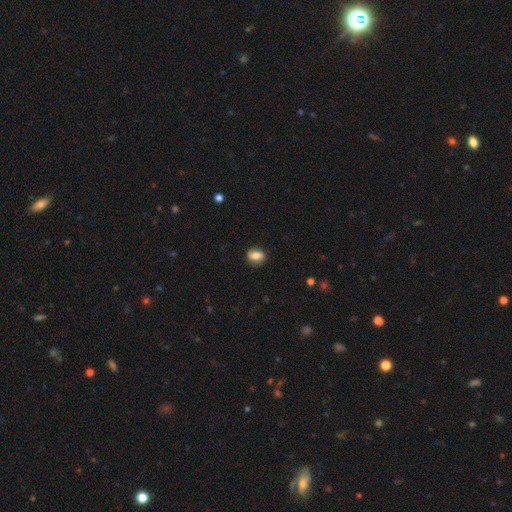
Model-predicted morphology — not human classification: A smooth galaxy with no disk features (74%) that is in between round and cigar-shaped (67%).

Vote fractions:
- Smooth or featured? smooth: 74% / featured or disk: 17% / star or artifact: 9%
- How rounded? in between: 67% / round: 30% / cigar-shaped: 3%
- Merging? none: 83% / minor disturbance: 13% / major disturbance: 3% / merger: 1%